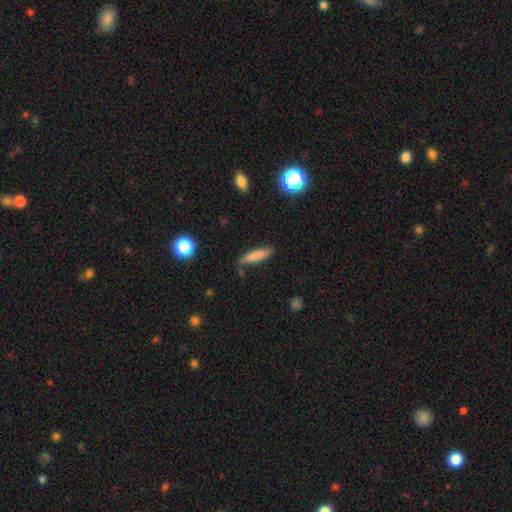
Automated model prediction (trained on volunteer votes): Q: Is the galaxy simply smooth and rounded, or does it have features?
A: smooth — 80%.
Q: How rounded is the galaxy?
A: cigar-shaped — 75%.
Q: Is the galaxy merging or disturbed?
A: none — 77%.